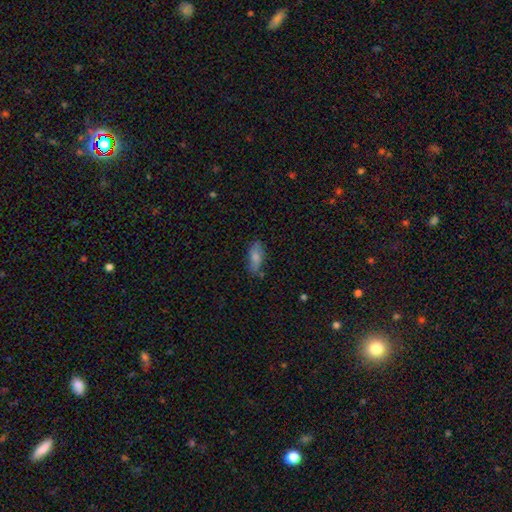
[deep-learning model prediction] smooth-or-featured: smooth: 67% | featured or disk: 23% | star or artifact: 10%
  how-rounded: in between: 76% | cigar-shaped: 21% | round: 3%
  merging: none: 76% | minor disturbance: 18% | major disturbance: 4% | merger: 3%